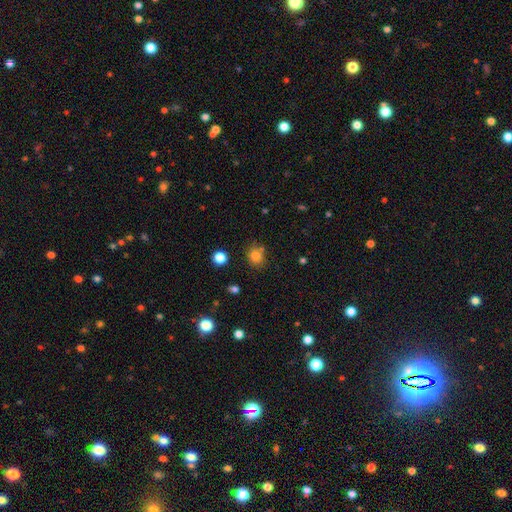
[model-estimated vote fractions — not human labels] Smooth or featured?
  - smooth: 81% *
  - star or artifact: 14%
  - featured or disk: 5%
How rounded?
  - round: 75% *
  - in between: 24%
  - cigar-shaped: 1%
Merging?
  - none: 74% *
  - minor disturbance: 14%
  - merger: 7%
  - major disturbance: 4%